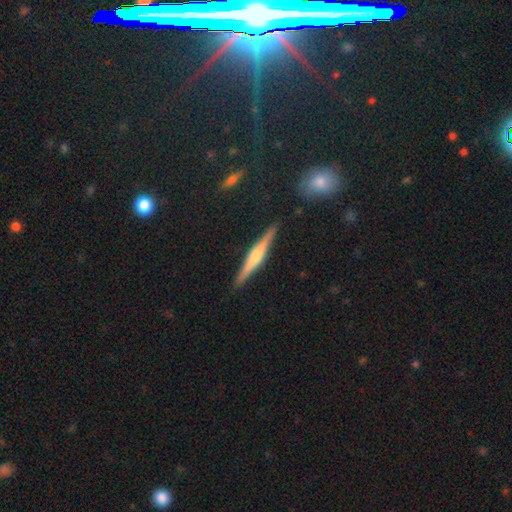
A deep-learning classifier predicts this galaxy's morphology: The model was most divided on "smooth or featured": featured or disk: 72%, smooth: 21%, star or artifact: 7%. More confident: edge-on disk — yes (98%); merging — none (91%); edge-on bulge — rounded (79%).